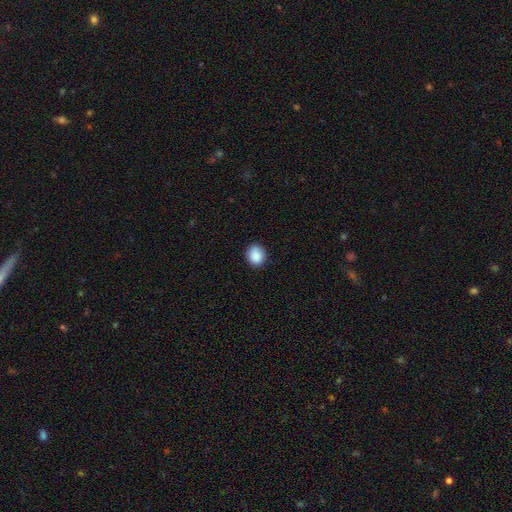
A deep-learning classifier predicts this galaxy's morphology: smooth_or_featured: smooth (p=0.88) [alt: star or artifact p=0.08]
how_rounded: round (p=0.73) [alt: in between p=0.26]
merging: none (p=0.85) [alt: minor disturbance p=0.11]